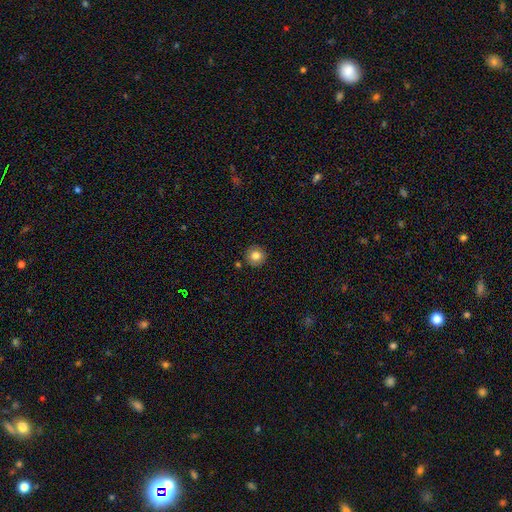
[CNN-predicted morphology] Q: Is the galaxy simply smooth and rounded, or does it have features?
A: smooth — 81%.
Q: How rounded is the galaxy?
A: round — 94%.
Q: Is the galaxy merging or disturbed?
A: none — 88%.